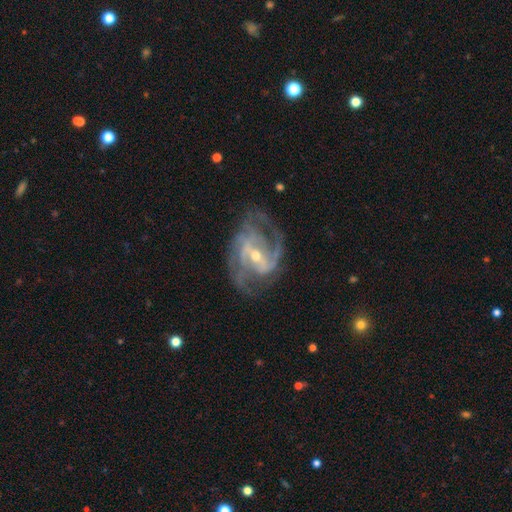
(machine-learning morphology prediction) Q: Smooth or featured?
A: featured or disk (91%); runner-up: star or artifact (5%)
Q: Edge-on disk?
A: no (97%); runner-up: yes (3%)
Q: Bar?
A: strong (45%); runner-up: weak (39%)
Q: Spiral arms?
A: yes (97%); runner-up: no (3%)
Q: Spiral winding?
A: medium (53%); runner-up: tight (27%)
Q: Spiral arm count?
A: 2 (56%); runner-up: 3 (20%)
Q: Bulge size?
A: small (55%); runner-up: moderate (41%)
Q: Merging?
A: none (67%); runner-up: minor disturbance (18%)